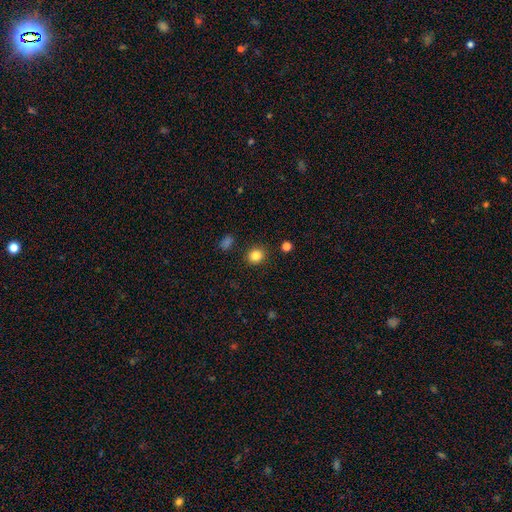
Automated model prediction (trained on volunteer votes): smooth-or-featured: smooth: 84% | star or artifact: 11% | featured or disk: 5%
  how-rounded: round: 80% | in between: 19% | cigar-shaped: 1%
  merging: none: 90% | minor disturbance: 6% | major disturbance: 2% | merger: 2%